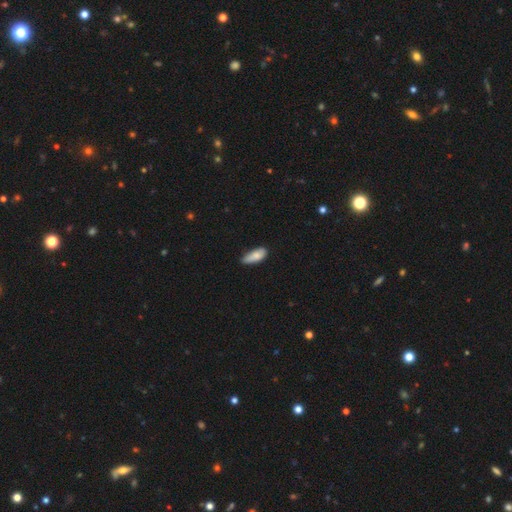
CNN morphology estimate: smooth_or_featured: smooth (p=0.83) [alt: featured or disk p=0.11]
how_rounded: in between (p=0.78) [alt: cigar-shaped p=0.20]
merging: none (p=0.59) [alt: minor disturbance p=0.34]